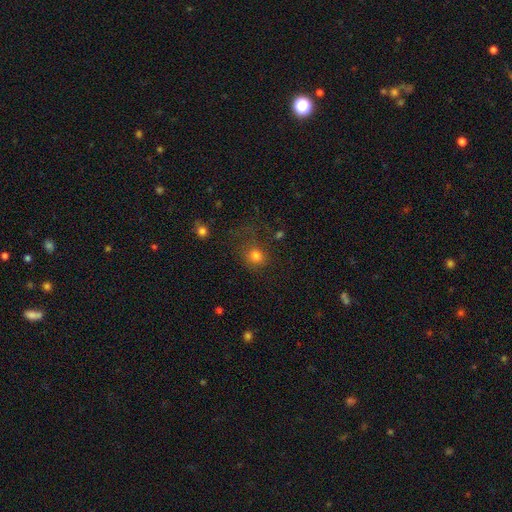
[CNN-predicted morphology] This is likely a smooth galaxy (78%). How rounded: likely round (74%). Merging: likely none (61%).